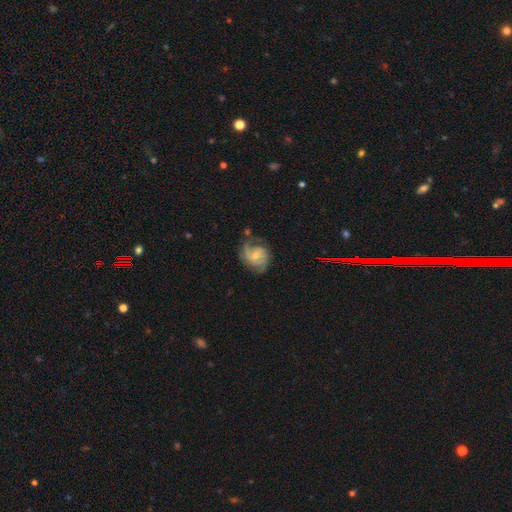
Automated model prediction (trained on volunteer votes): Smooth or featured?
  - featured or disk: 77% *
  - smooth: 16%
  - star or artifact: 6%
Edge-on disk?
  - no: 98% *
  - yes: 2%
Bar?
  - no: 53% *
  - weak: 40%
  - strong: 7%
Spiral arms?
  - yes: 93% *
  - no: 7%
Spiral winding?
  - medium: 46% *
  - tight: 32%
  - loose: 22%
Spiral arm count?
  - 2: 58% *
  - can't tell: 15%
  - 3: 11%
  - 1: 10%
  - 4: 3%
  - more than 4: 3%
Bulge size?
  - small: 54% *
  - moderate: 37%
  - none: 5%
  - large: 3%
  - dominant: 1%
Merging?
  - none: 59% *
  - minor disturbance: 22%
  - major disturbance: 16%
  - merger: 3%